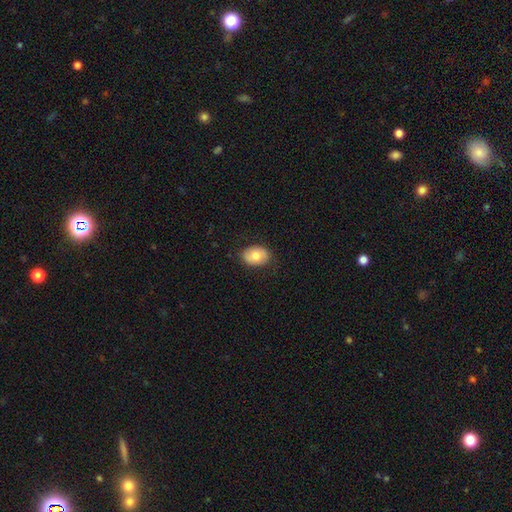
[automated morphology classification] Overall: smooth (77%). How rounded: in between (77%). Merging: none (85%).